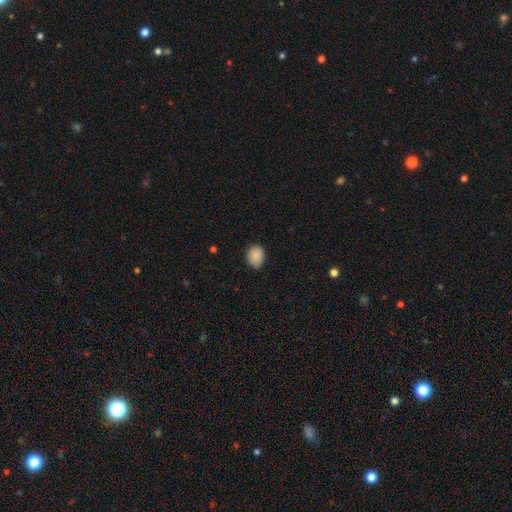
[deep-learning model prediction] Overall: smooth (88%). How rounded: in between (59%; round 40%). Merging: none (79%).